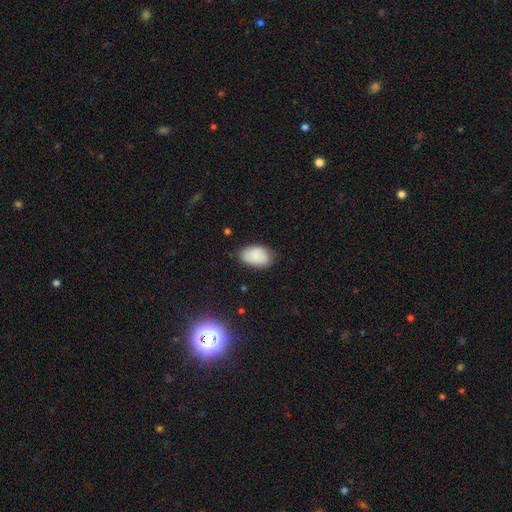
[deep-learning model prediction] Overall: smooth (85%). How rounded: in between (91%). Merging: none (76%).